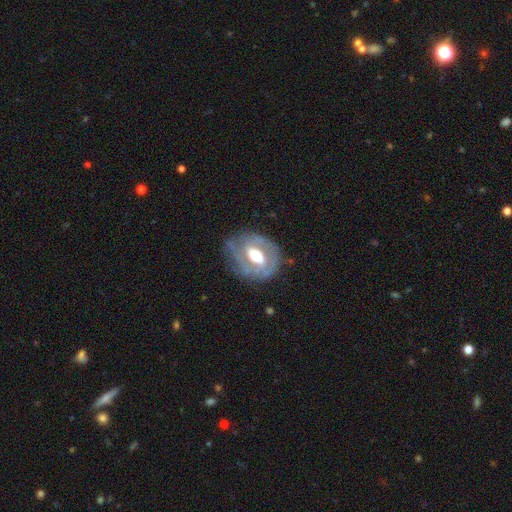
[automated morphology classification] This is likely a featured or disk galaxy (73%). It is clearly not viewed edge-on (95%). Bar: marginally weak (41%). Spiral arm pattern: likely yes (62%). Central bulge: likely moderate (65%). Merging: likely none (63%).